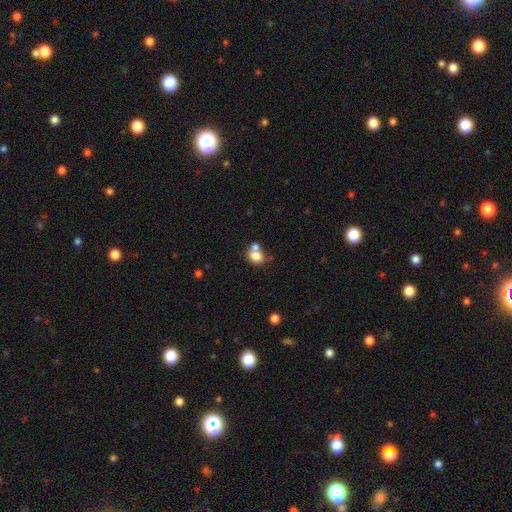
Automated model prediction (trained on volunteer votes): The model was most divided on "merging": merger: 44%, none: 42%, minor disturbance: 10%, major disturbance: 4%. More confident: smooth or featured — smooth (79%); how rounded — round (55%).